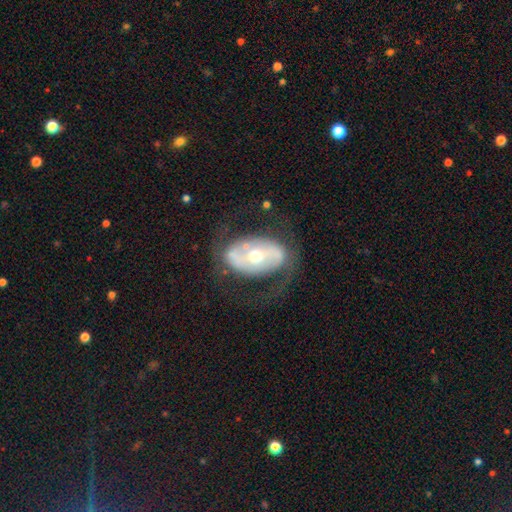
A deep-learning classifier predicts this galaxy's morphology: The model was most divided on "bar": no: 45%, strong: 29%, weak: 25%. More confident: edge-on disk — no (94%); smooth or featured — featured or disk (73%); spiral arms — yes (64%); merging — none (61%); bulge size — moderate (58%).